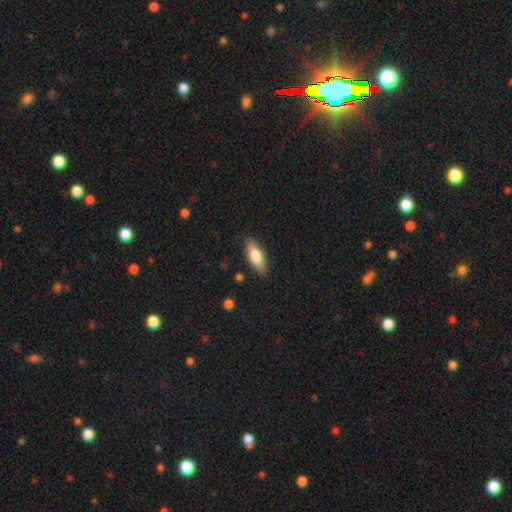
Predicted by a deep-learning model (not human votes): This is likely a smooth galaxy (73%). How rounded: possibly in between (60%). Merging: clearly none (87%).